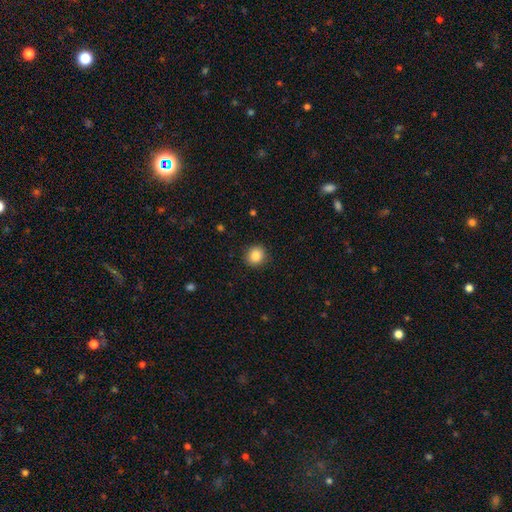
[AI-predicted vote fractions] Smooth or featured?
  - smooth: 85% *
  - star or artifact: 10%
  - featured or disk: 5%
How rounded?
  - round: 86% *
  - in between: 13%
  - cigar-shaped: 1%
Merging?
  - none: 90% *
  - minor disturbance: 7%
  - major disturbance: 2%
  - merger: 1%